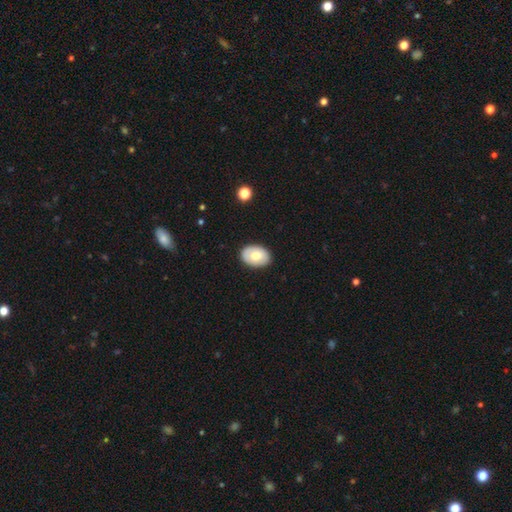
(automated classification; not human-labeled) Q: Smooth or featured?
A: smooth (64%); runner-up: featured or disk (30%)
Q: How rounded?
A: in between (78%); runner-up: round (21%)
Q: Merging?
A: none (88%); runner-up: minor disturbance (9%)